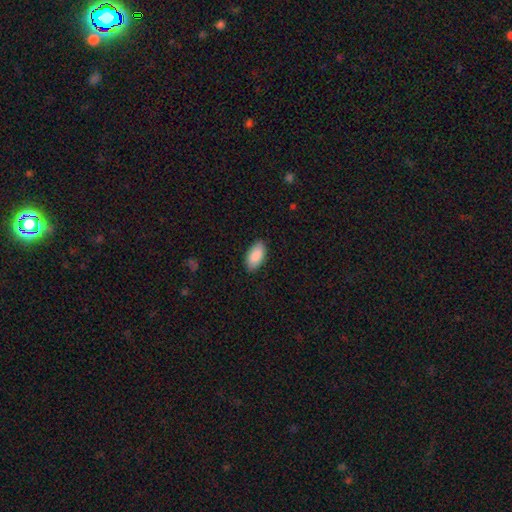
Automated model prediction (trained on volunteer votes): Smooth or featured: smooth — 89% (star or artifact — 6%)
How rounded: in between — 95% (cigar-shaped — 3%)
Merging: none — 88% (minor disturbance — 9%)